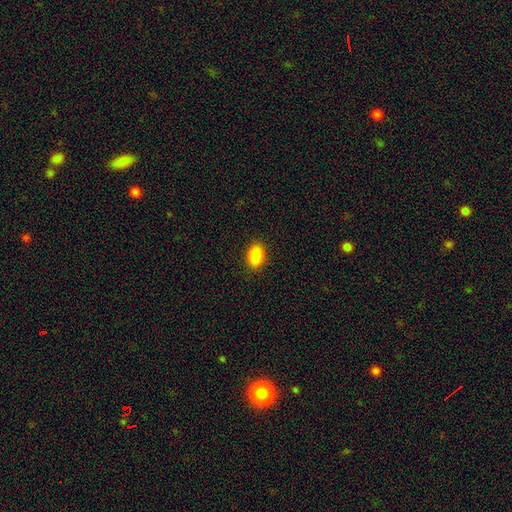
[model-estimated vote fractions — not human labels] Smooth or featured? Predicted: smooth (p=0.88). How rounded? Predicted: in between (p=0.88). Merging? Predicted: none (p=0.89).